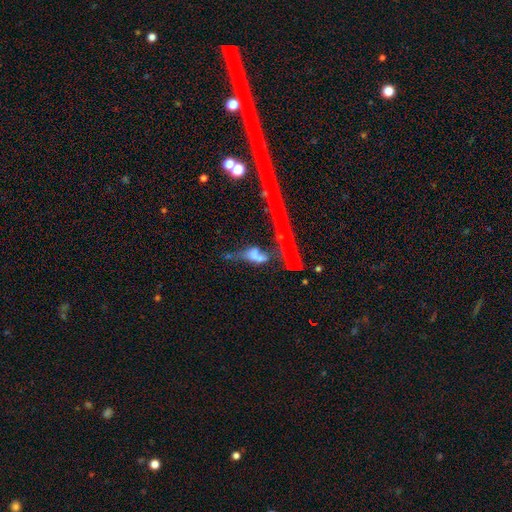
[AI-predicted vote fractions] smooth-or-featured: featured or disk: 42% | smooth: 36% | star or artifact: 22%
  merging: none: 34% | merger: 28% | major disturbance: 20% | minor disturbance: 18%